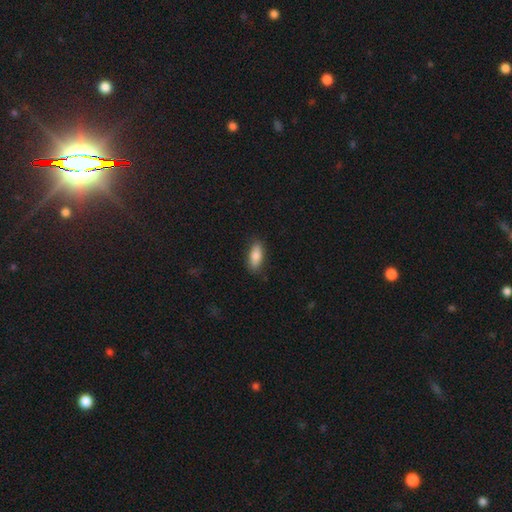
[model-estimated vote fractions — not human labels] This is clearly a smooth galaxy (84%). How rounded: clearly in between (84%). Merging: clearly none (84%).